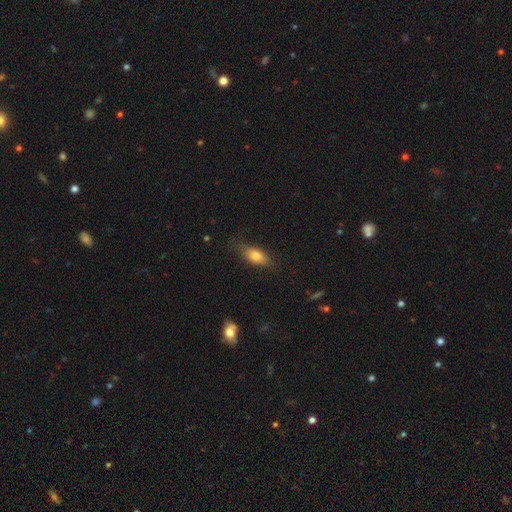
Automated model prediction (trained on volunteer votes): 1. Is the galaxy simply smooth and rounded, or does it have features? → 78% smooth, 15% featured or disk, 8% star or artifact.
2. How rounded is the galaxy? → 80% in between, 15% cigar-shaped, 5% round.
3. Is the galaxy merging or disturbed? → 73% none, 20% minor disturbance, 6% major disturbance, 1% merger.